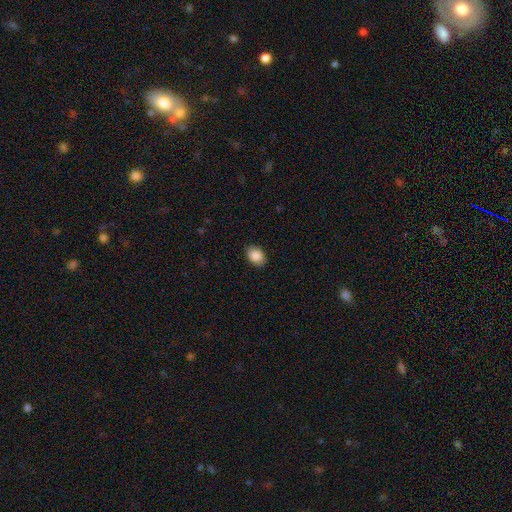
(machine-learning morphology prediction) Q: Smooth or featured?
A: smooth (89%); runner-up: star or artifact (7%)
Q: How rounded?
A: in between (70%); runner-up: round (29%)
Q: Merging?
A: none (87%); runner-up: minor disturbance (10%)